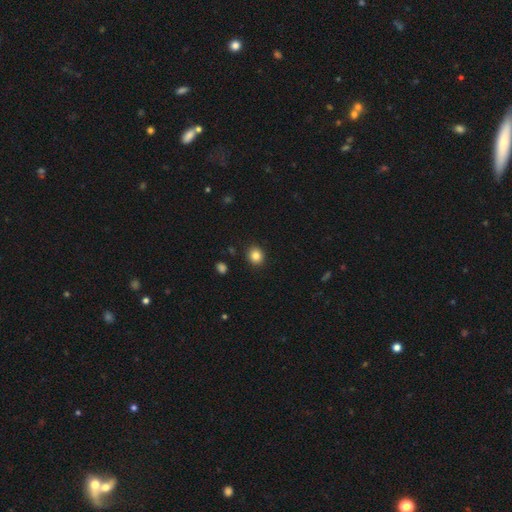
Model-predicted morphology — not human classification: Smooth or featured?
  - smooth: 84% *
  - star or artifact: 11%
  - featured or disk: 5%
How rounded?
  - round: 83% *
  - in between: 17%
  - cigar-shaped: 1%
Merging?
  - none: 91% *
  - minor disturbance: 6%
  - major disturbance: 2%
  - merger: 1%